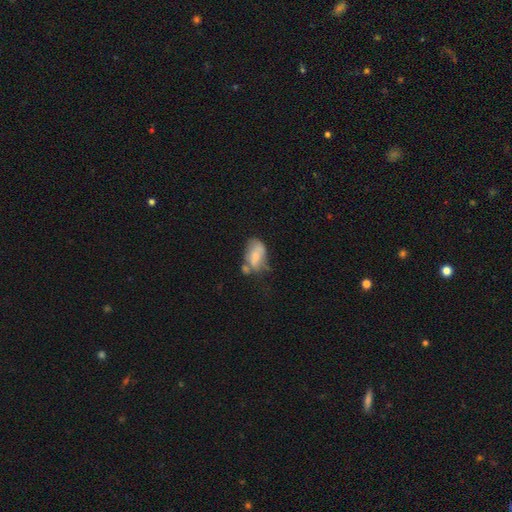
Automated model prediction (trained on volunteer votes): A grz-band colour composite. It shows a smooth galaxy with no disk features (58%) that is in between round and cigar-shaped (89%). Merging: none (29%).